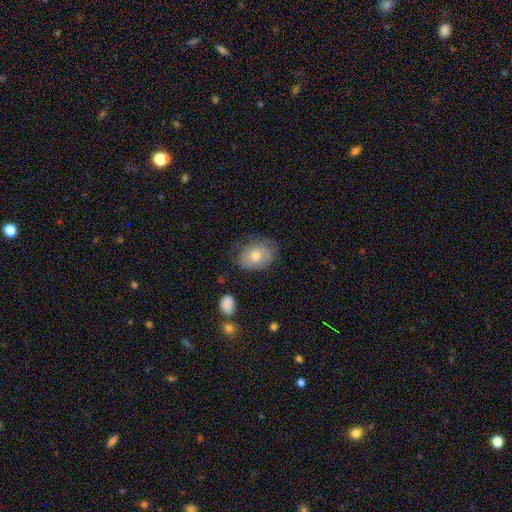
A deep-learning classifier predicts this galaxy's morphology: This appears to be a smooth galaxy with no disk features (70%) that is in between round and cigar-shaped (64%). Merging: none (70%).